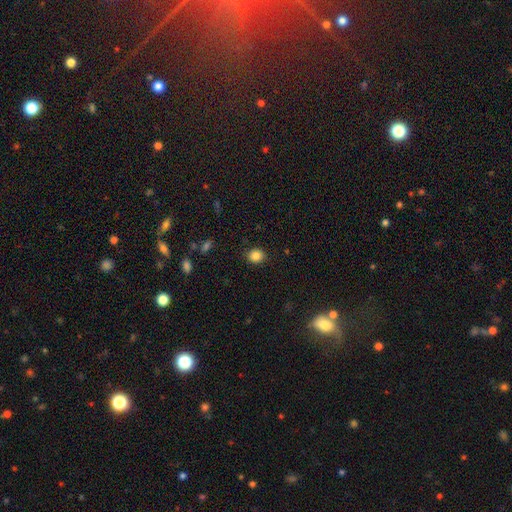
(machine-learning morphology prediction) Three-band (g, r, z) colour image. It shows a smooth galaxy with no disk features (86%) that is round (71%). Merging: none (88%).